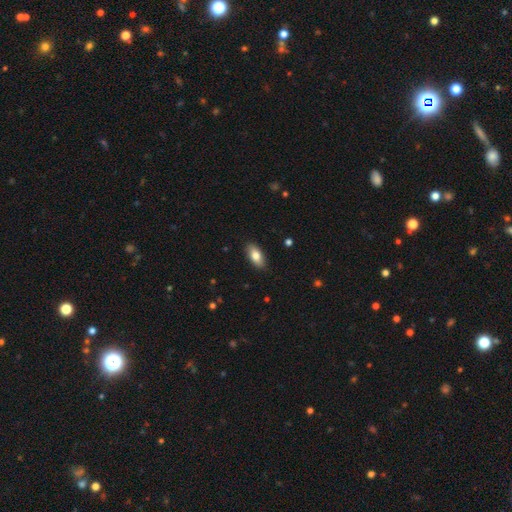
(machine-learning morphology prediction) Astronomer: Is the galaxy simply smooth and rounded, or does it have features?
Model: smooth — 81%.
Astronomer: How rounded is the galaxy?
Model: in between — 90%.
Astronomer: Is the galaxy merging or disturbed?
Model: none — 88%.